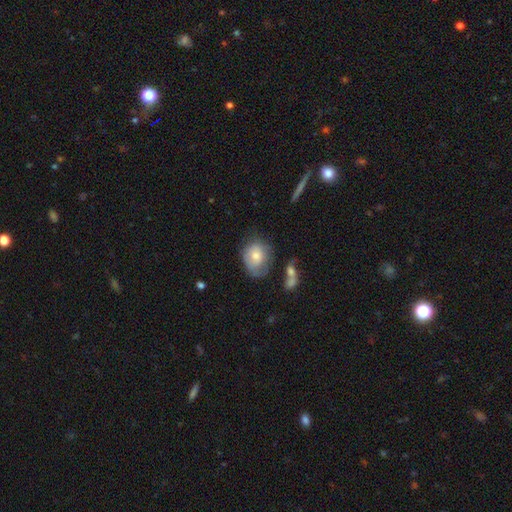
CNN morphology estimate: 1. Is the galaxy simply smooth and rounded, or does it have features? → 67% smooth, 25% featured or disk, 8% star or artifact.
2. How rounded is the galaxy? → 50% in between, 49% round, 1% cigar-shaped.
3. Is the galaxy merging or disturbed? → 43% none, 33% minor disturbance, 18% major disturbance, 6% merger.